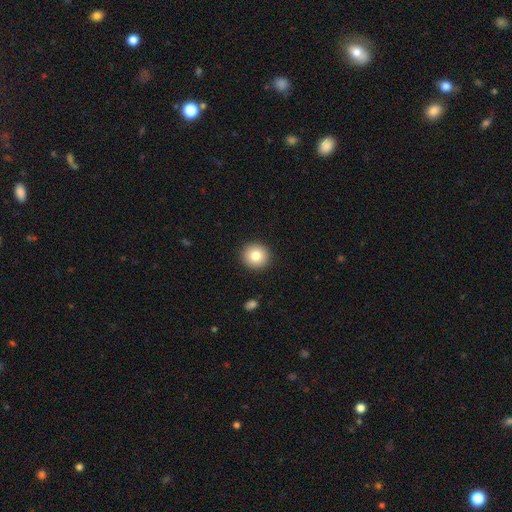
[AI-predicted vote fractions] This is clearly a smooth galaxy (81%). How rounded: clearly round (93%). Merging: clearly none (92%).